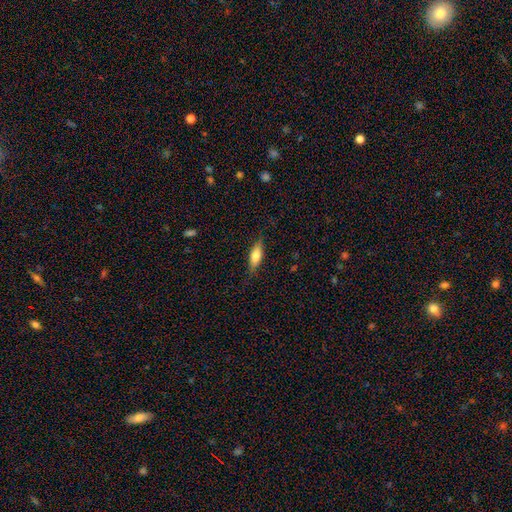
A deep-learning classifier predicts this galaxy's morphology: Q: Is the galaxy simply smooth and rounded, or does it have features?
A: smooth — 67%.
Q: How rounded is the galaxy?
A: in between — 60%.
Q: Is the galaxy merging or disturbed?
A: none — 82%.